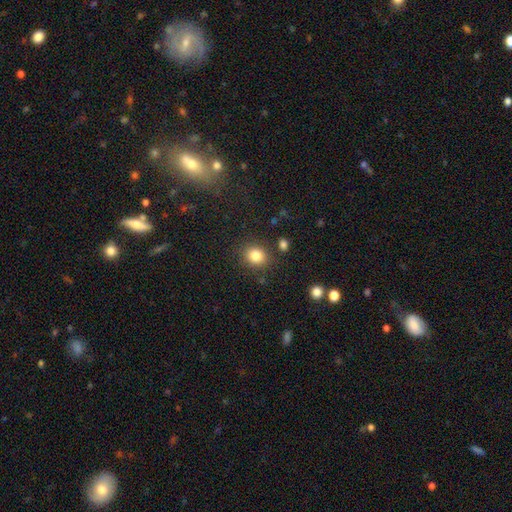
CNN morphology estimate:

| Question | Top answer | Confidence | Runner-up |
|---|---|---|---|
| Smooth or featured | smooth | 83% | star or artifact (11%) |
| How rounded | round | 66% | in between (34%) |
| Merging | none | 84% | minor disturbance (10%) |